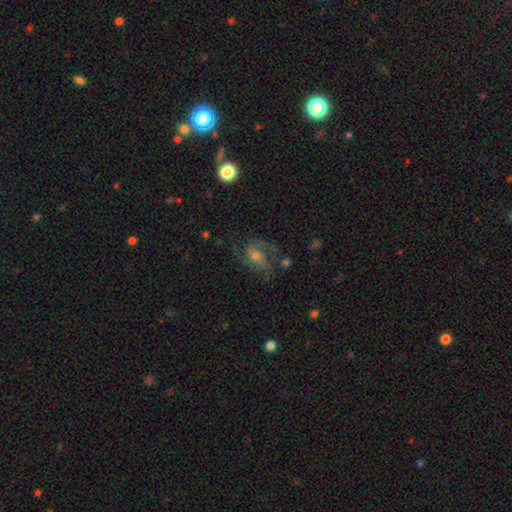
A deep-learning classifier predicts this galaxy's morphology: A featured or disk galaxy (79%) with no bar (52%), 2 (52%) medium (53%) spiral arms (94%) and a moderate central bulge (49%). Merging: none (62%).